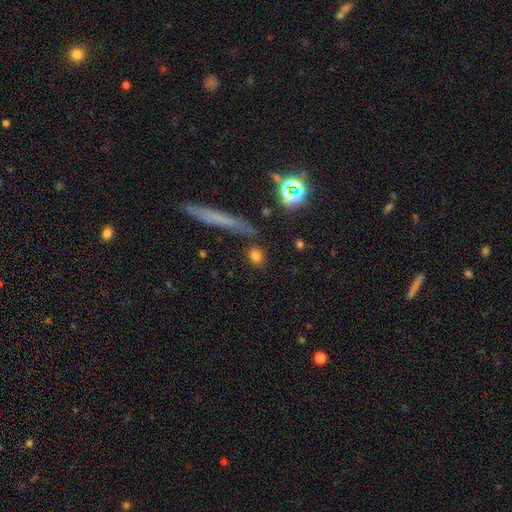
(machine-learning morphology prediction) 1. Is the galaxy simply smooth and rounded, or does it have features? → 78% smooth, 14% star or artifact, 8% featured or disk.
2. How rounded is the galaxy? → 48% in between, 43% round, 9% cigar-shaped.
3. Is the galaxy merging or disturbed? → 81% none, 11% minor disturbance, 4% merger, 4% major disturbance.